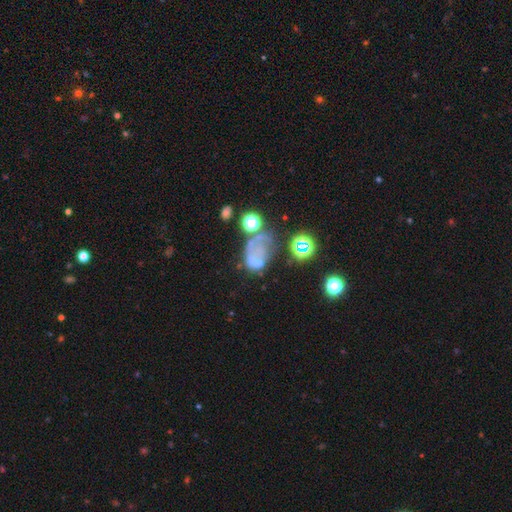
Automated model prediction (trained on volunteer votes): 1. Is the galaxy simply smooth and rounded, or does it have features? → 45% featured or disk, 30% smooth, 25% star or artifact.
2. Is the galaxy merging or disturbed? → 33% major disturbance, 29% none, 20% merger, 18% minor disturbance.